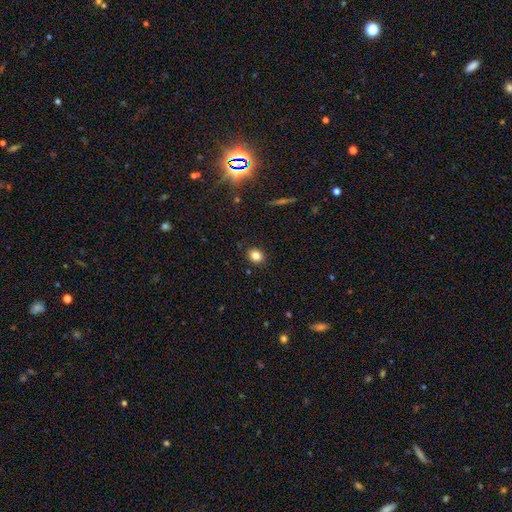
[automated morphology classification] This appears to be a smooth galaxy with no disk features (82%) that is round (66%). Merging: none (89%).